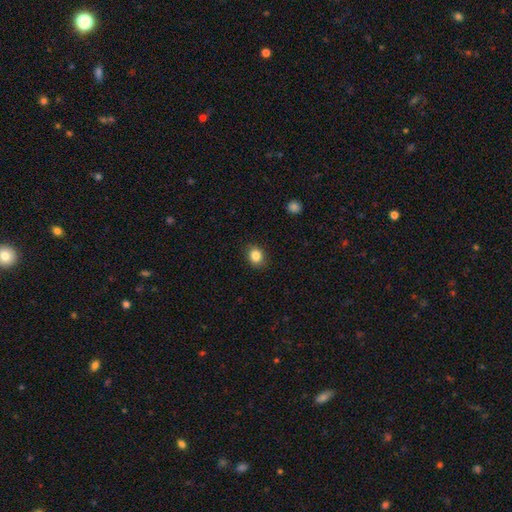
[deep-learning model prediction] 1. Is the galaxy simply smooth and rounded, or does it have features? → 85% smooth, 10% star or artifact, 5% featured or disk.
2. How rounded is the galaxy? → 60% round, 39% in between, 1% cigar-shaped.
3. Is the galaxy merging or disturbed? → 87% none, 10% minor disturbance, 2% major disturbance, 1% merger.